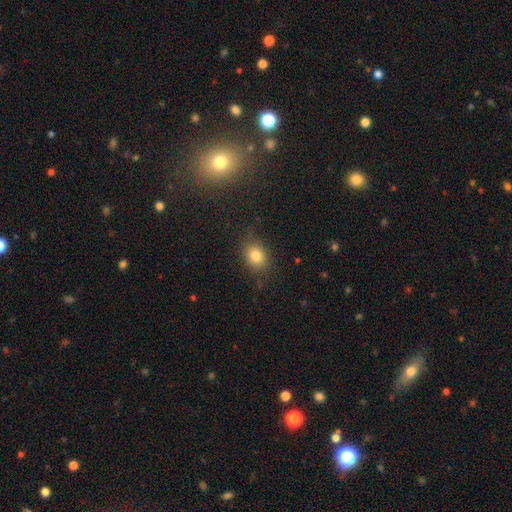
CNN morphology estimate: smooth-or-featured: smooth: 81% | star or artifact: 11% | featured or disk: 8%
  how-rounded: in between: 51% | round: 48% | cigar-shaped: 1%
  merging: none: 78% | minor disturbance: 15% | major disturbance: 5% | merger: 2%